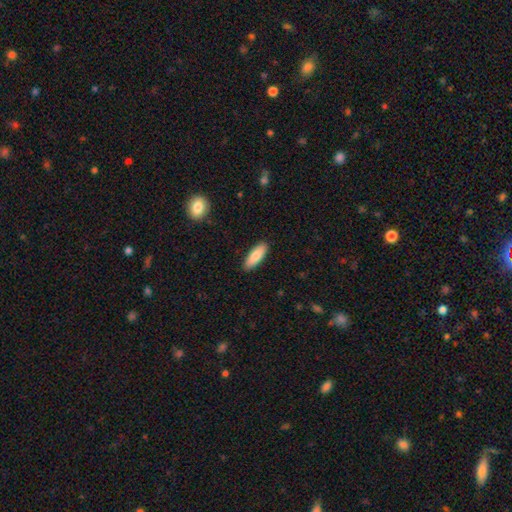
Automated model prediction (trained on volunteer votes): Smooth or featured? Predicted: smooth (p=0.85). How rounded? Predicted: in between (p=0.59). Merging? Predicted: none (p=0.90).